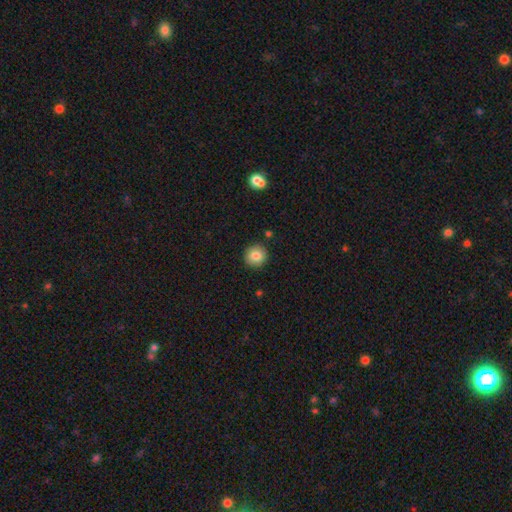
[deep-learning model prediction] A smooth galaxy with no disk features (84%) that is round (93%). Merging: none (90%).